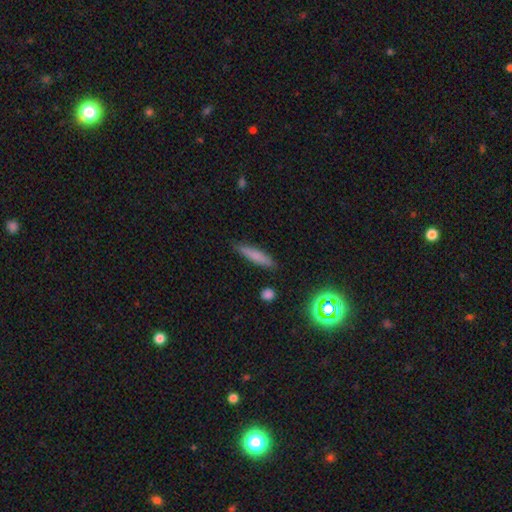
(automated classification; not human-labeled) smooth_or_featured: smooth (p=0.74) [alt: featured or disk p=0.16]
how_rounded: cigar-shaped (p=0.86) [alt: in between p=0.12]
merging: none (p=0.85) [alt: minor disturbance p=0.10]